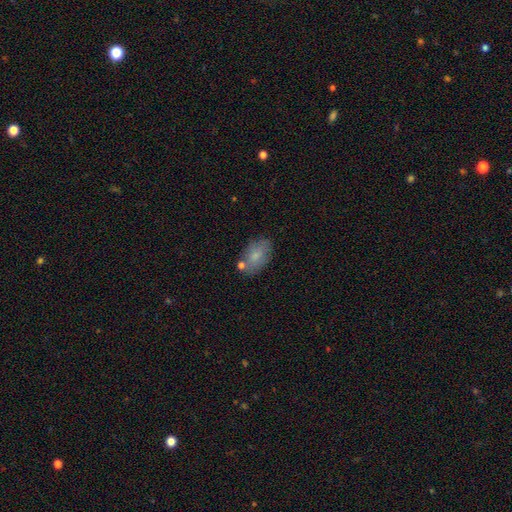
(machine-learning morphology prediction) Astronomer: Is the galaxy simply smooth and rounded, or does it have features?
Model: smooth — 77%.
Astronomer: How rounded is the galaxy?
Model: in between — 90%.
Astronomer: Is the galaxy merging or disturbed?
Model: none — 68%.